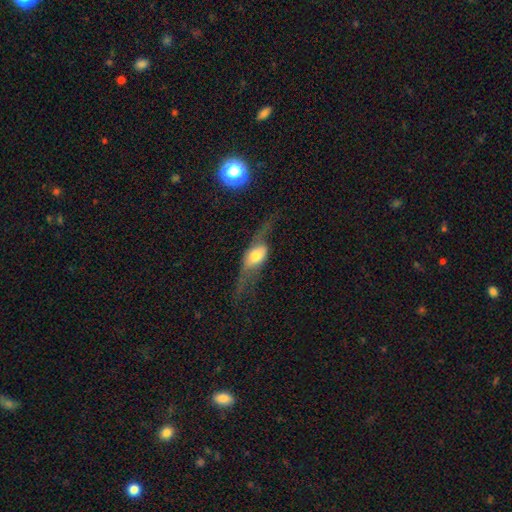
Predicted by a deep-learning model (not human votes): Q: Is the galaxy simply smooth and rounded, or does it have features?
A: featured or disk — 66%.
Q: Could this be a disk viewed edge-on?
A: yes — 64%.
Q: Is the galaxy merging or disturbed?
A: none — 48%.